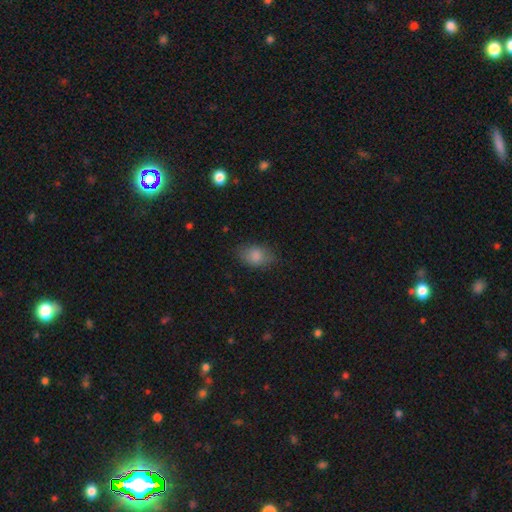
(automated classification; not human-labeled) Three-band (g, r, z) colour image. It shows a smooth galaxy with no disk features (84%) that is in between round and cigar-shaped (84%). Merging: none (76%).